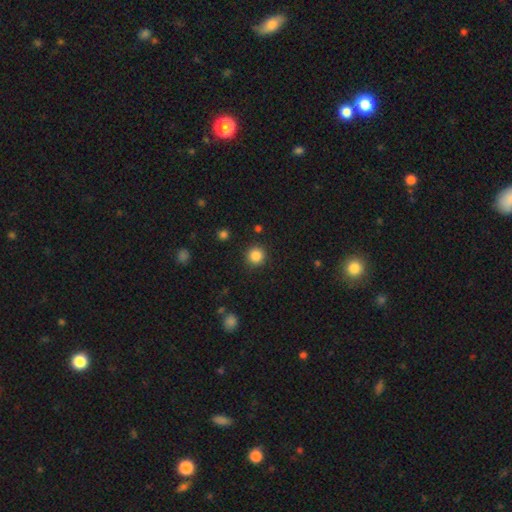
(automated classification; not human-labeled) Morphology: type=smooth (86%); roundness=round (95%); merging=none (91%).